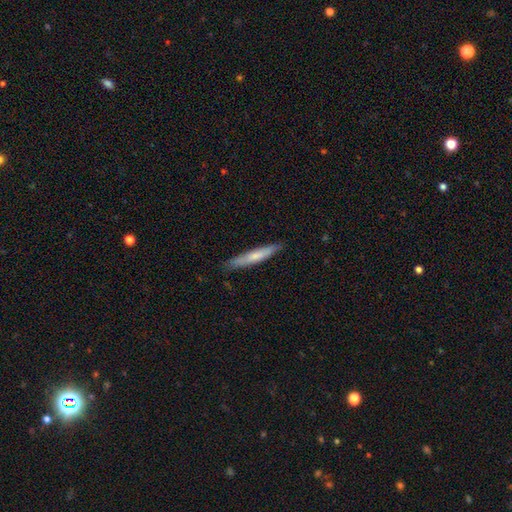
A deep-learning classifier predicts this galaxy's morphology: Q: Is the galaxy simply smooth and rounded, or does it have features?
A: smooth — 64%.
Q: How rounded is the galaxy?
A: cigar-shaped — 93%.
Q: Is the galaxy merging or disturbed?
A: none — 87%.